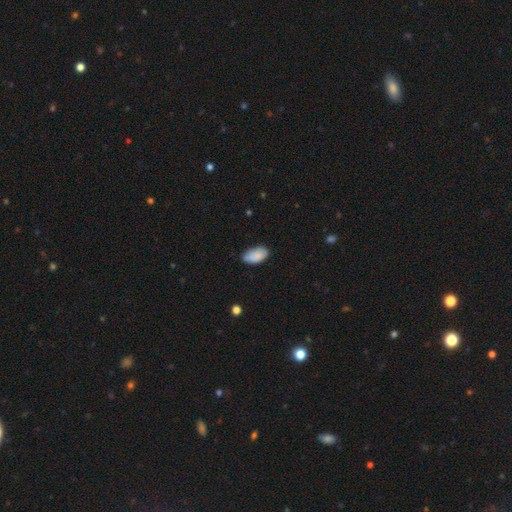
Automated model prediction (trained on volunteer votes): smooth-or-featured: smooth: 85% | featured or disk: 8% | star or artifact: 7%
  how-rounded: in between: 95% | round: 3% | cigar-shaped: 2%
  merging: none: 73% | minor disturbance: 22% | major disturbance: 3% | merger: 1%